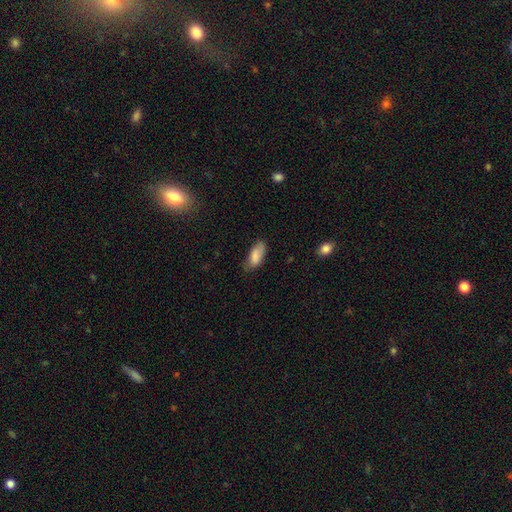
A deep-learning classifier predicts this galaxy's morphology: smooth 83%, featured or disk 10%, star or artifact 7%. Down the decision tree: how rounded — in between (87%); merging — none (62%).